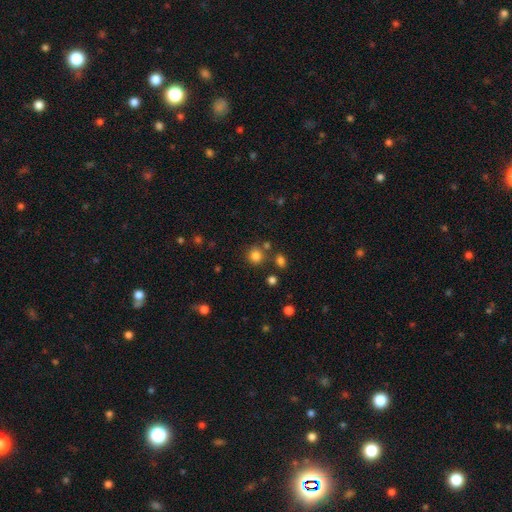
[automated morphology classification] A smooth galaxy with no disk features (81%) that is round (89%). Merging: none (76%).